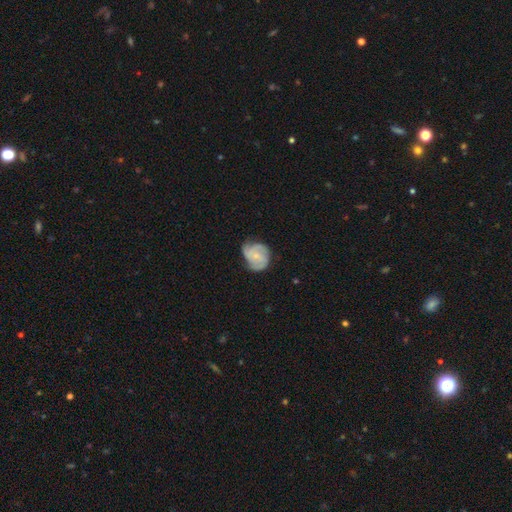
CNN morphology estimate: smooth_or_featured: featured or disk (p=0.71) [alt: smooth p=0.23]
disk_edge_on: no (p=0.98) [alt: yes p=0.02]
bar: no (p=0.73) [alt: weak p=0.23]
has_spiral_arms: yes (p=0.94) [alt: no p=0.06]
spiral_winding: tight (p=0.49) [alt: medium p=0.40]
spiral_arm_count: 3 (p=0.55) [alt: 2 p=0.15]
bulge_size: small (p=0.67) [alt: moderate p=0.24]
merging: none (p=0.58) [alt: minor disturbance p=0.30]